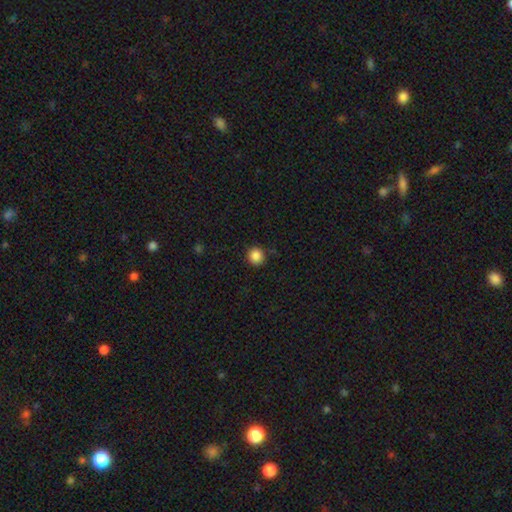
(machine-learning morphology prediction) smooth 86%, star or artifact 10%, featured or disk 3%. Down the decision tree: how rounded — round (92%); merging — none (89%).